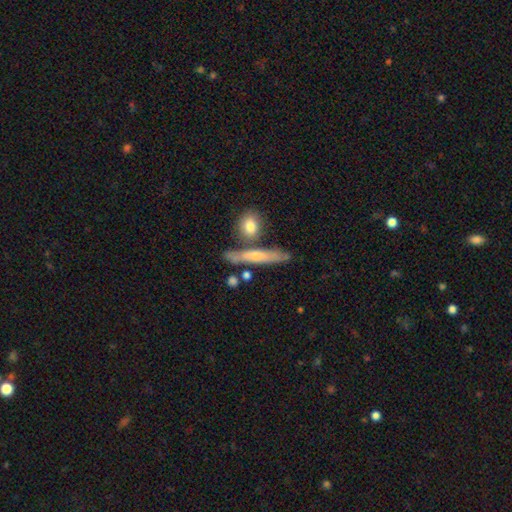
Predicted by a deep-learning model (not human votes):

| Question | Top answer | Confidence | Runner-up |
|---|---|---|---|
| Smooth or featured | featured or disk | 49% | smooth (44%) |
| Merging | none | 70% | merger (14%) |